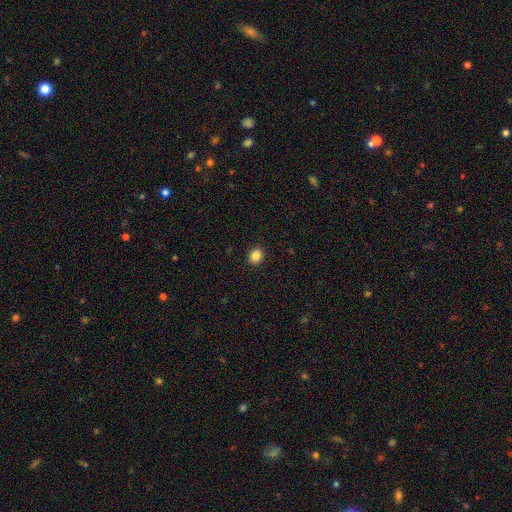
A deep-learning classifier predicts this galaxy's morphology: This is clearly a smooth galaxy (85%). How rounded: likely round (72%). Merging: clearly none (92%).